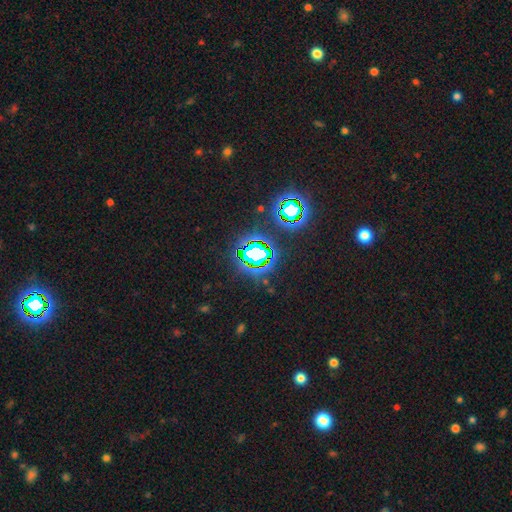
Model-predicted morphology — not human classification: A star or artifact, not a galaxy (71%).

Vote fractions:
- Smooth or featured? star or artifact: 71% / smooth: 17% / featured or disk: 12%